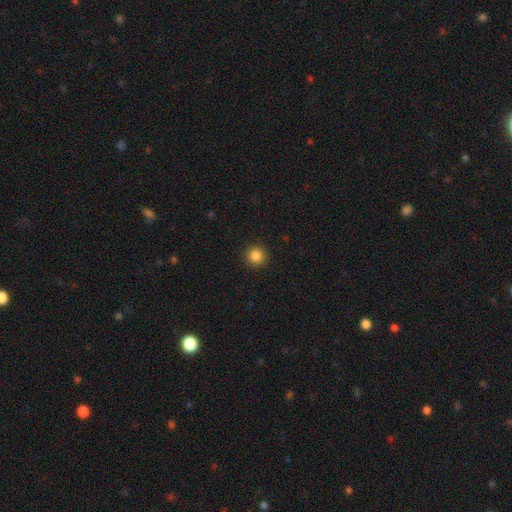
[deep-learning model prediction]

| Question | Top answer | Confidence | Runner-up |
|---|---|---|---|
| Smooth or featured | smooth | 85% | star or artifact (11%) |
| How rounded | round | 95% | in between (4%) |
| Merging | none | 92% | minor disturbance (5%) |